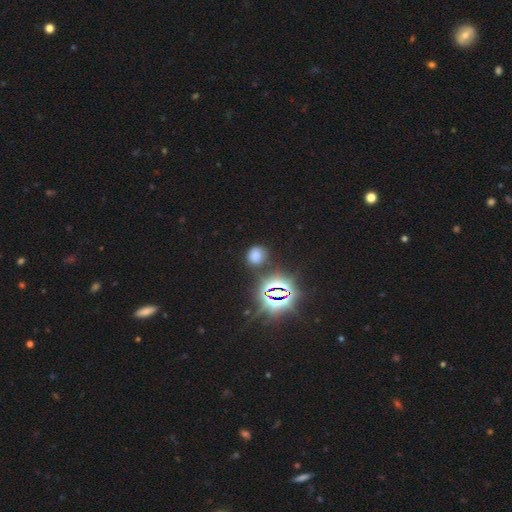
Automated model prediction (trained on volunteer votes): This appears to be a smooth galaxy with no disk features (61%) that is round (77%). Merging: none (78%).